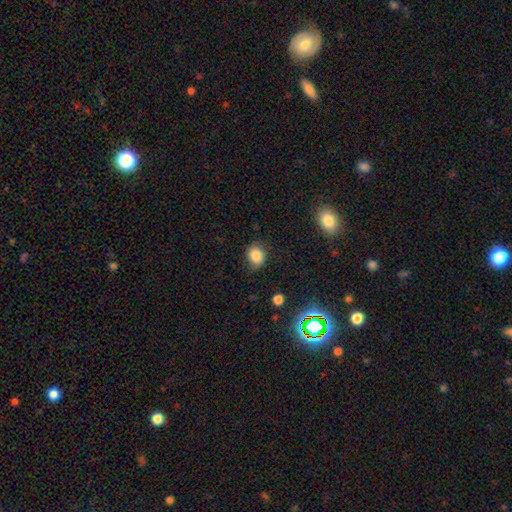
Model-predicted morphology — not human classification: Smooth or featured? Predicted: smooth (p=0.84). How rounded? Predicted: round (p=0.55). Merging? Predicted: none (p=0.75).